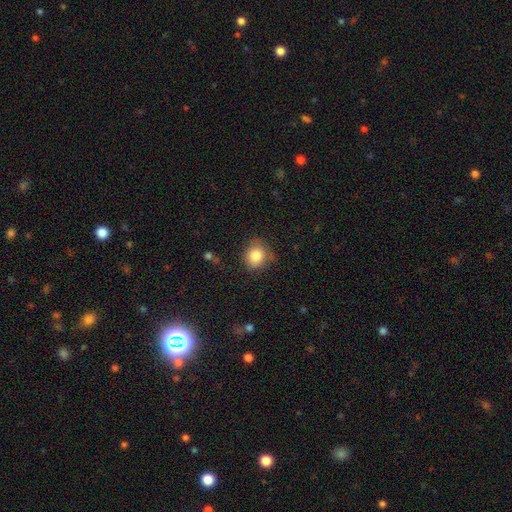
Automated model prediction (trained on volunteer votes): A smooth galaxy with no disk features (84%) that is round (78%). Merging: none (68%).